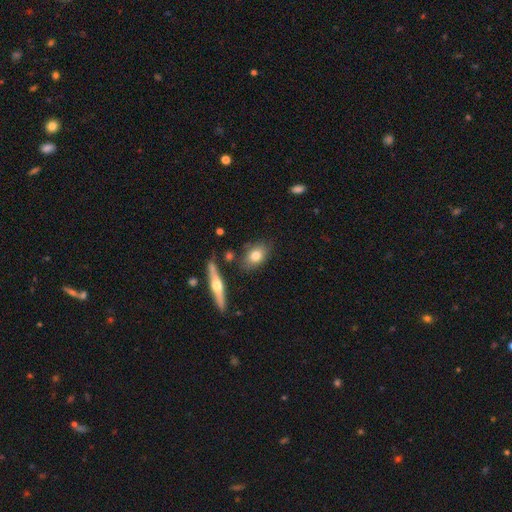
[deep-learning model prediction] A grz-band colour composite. It shows a smooth galaxy with no disk features (73%) that is in between round and cigar-shaped (74%). Merging: none (77%).